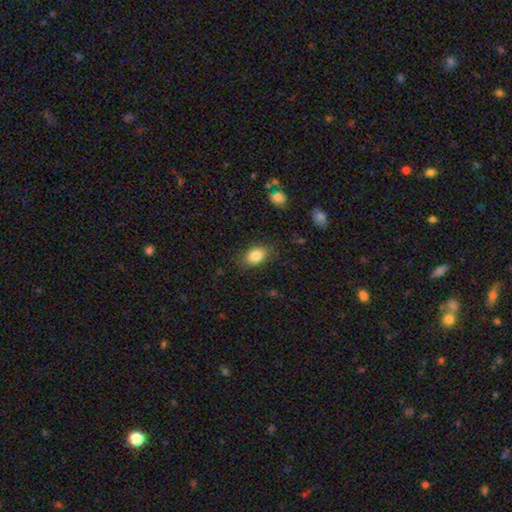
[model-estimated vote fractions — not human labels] smooth 85%, star or artifact 8%, featured or disk 7%. Down the decision tree: how rounded — in between (83%); merging — none (83%).